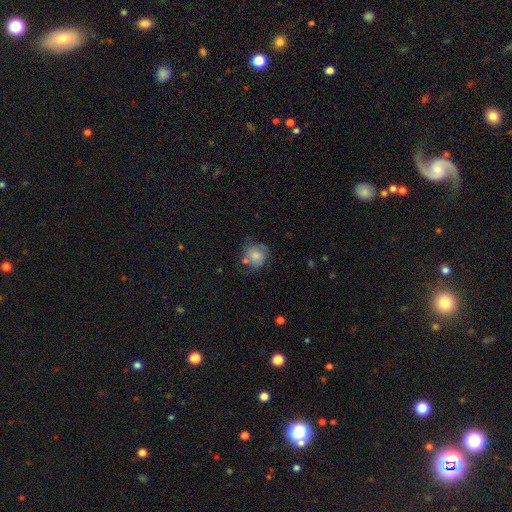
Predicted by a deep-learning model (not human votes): Smooth or featured? smooth (66%)
How rounded? round (78%)
Merging? none (52%)